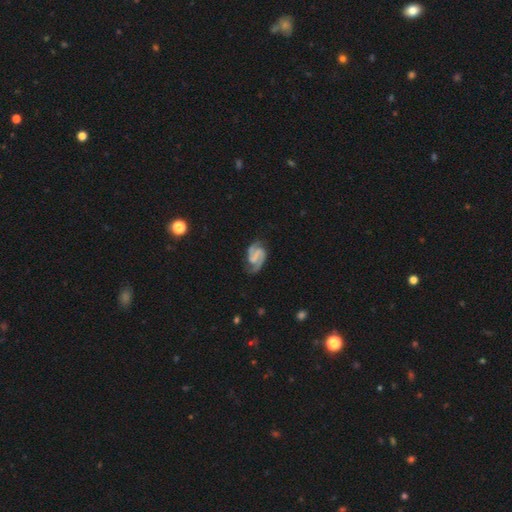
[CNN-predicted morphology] Smooth or featured? Predicted: featured or disk (p=0.89). Edge-on disk? Predicted: no (p=0.98). Bar? Predicted: weak (p=0.43). Spiral arms? Predicted: yes (p=0.97). Spiral winding? Predicted: medium (p=0.56). Spiral arm count? Predicted: 2 (p=0.92). Bulge size? Predicted: none (p=0.63). Merging? Predicted: none (p=0.75).